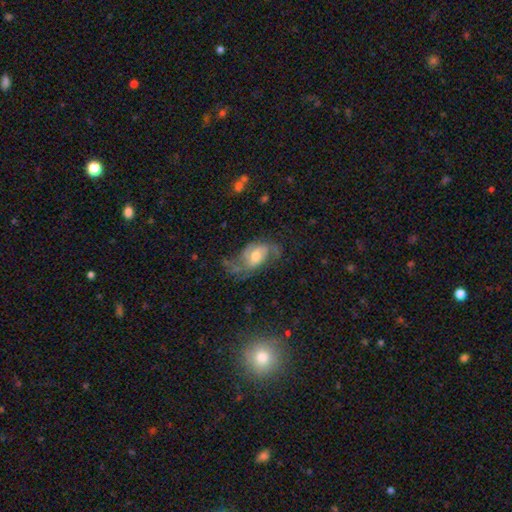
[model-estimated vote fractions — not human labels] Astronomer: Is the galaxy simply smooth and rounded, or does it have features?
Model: featured or disk — 71%.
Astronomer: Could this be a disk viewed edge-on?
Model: no — 96%.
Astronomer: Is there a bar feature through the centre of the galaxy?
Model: no — 51% (runner-up: weak, 39%).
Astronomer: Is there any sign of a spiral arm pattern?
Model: yes — 87%.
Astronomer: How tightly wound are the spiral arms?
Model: medium — 44% (runner-up: loose, 37%).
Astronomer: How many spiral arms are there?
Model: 2 — 65%.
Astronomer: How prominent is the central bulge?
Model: moderate — 63%.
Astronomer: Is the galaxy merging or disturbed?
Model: none — 44% (runner-up: major disturbance, 28%).